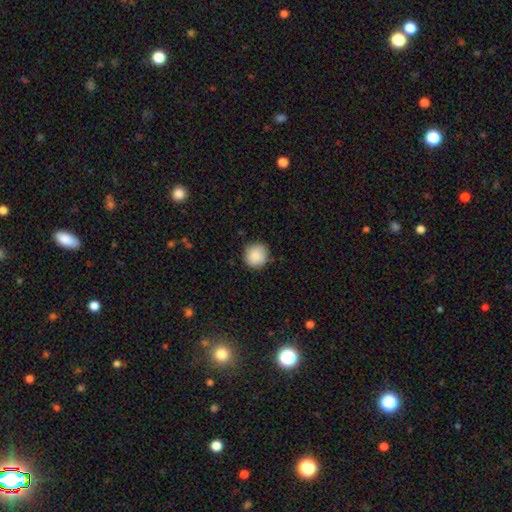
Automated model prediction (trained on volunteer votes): Smooth or featured: smooth — 88% (star or artifact — 7%)
How rounded: round — 93% (in between — 6%)
Merging: none — 86% (minor disturbance — 11%)